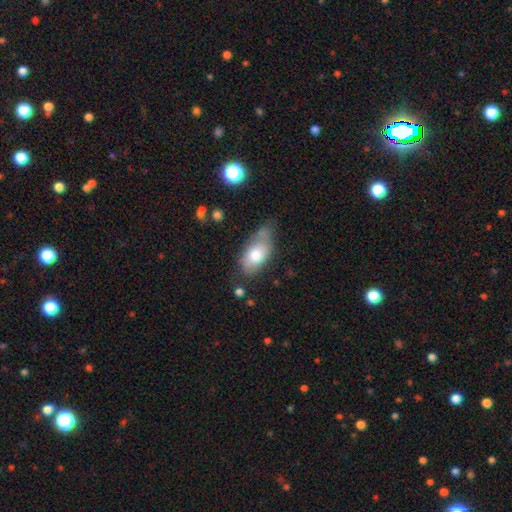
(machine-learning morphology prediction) A smooth galaxy with no disk features (72%) that is in between round and cigar-shaped (91%). Merging: none (46%).